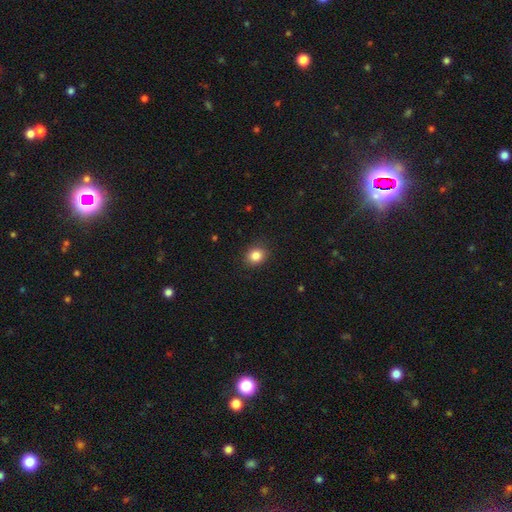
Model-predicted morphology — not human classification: Q: Smooth or featured?
A: smooth (85%); runner-up: star or artifact (10%)
Q: How rounded?
A: round (70%); runner-up: in between (29%)
Q: Merging?
A: none (89%); runner-up: minor disturbance (8%)